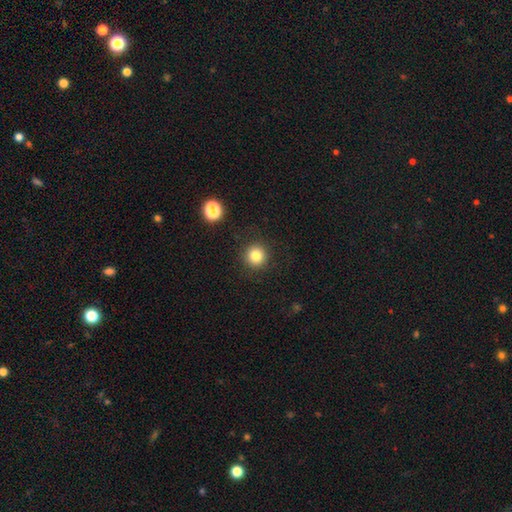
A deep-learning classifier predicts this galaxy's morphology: Q: Smooth or featured?
A: smooth (82%); runner-up: star or artifact (12%)
Q: How rounded?
A: round (94%); runner-up: in between (5%)
Q: Merging?
A: none (90%); runner-up: minor disturbance (6%)